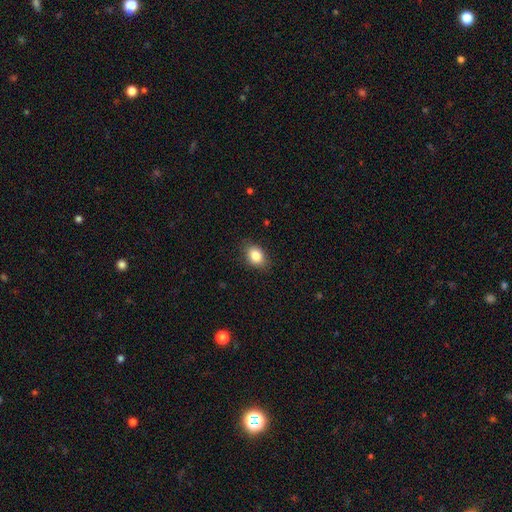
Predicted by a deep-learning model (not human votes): Smooth or featured?
  - smooth: 84% *
  - star or artifact: 9%
  - featured or disk: 7%
How rounded?
  - in between: 72% *
  - round: 27%
  - cigar-shaped: 1%
Merging?
  - none: 83% *
  - minor disturbance: 13%
  - major disturbance: 3%
  - merger: 1%